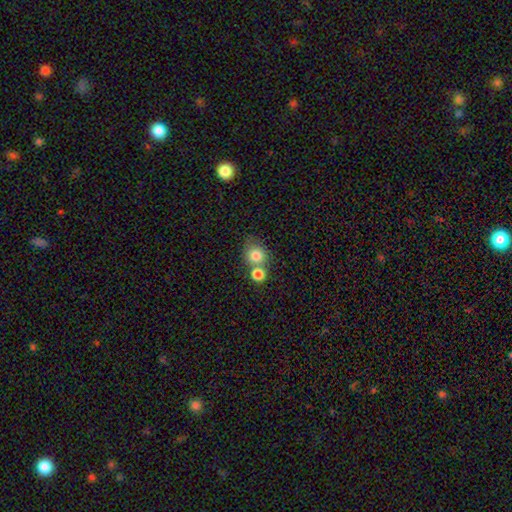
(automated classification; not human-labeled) Morphology: type=smooth (80%); roundness=round (81%); merging=none (45%).